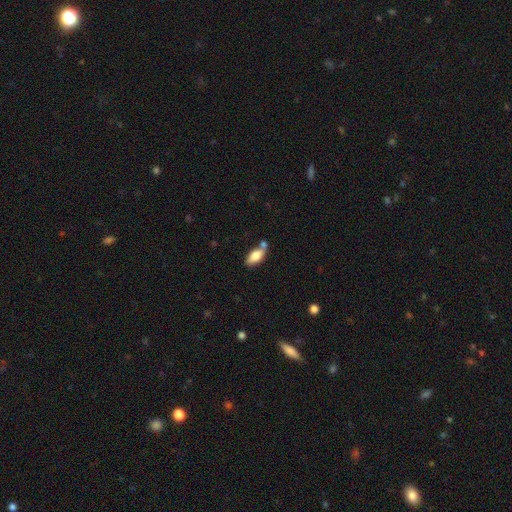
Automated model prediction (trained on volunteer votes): This is likely a smooth galaxy (76%). How rounded: clearly in between (87%). Merging: possibly none (52%).